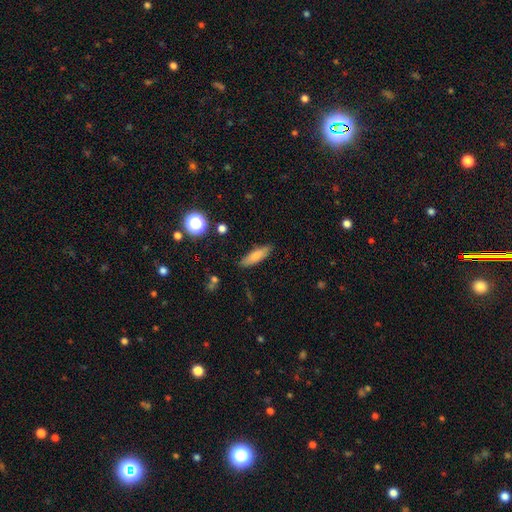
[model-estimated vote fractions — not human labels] Smooth or featured? smooth (78%)
How rounded? cigar-shaped (56%)
Merging? none (84%)